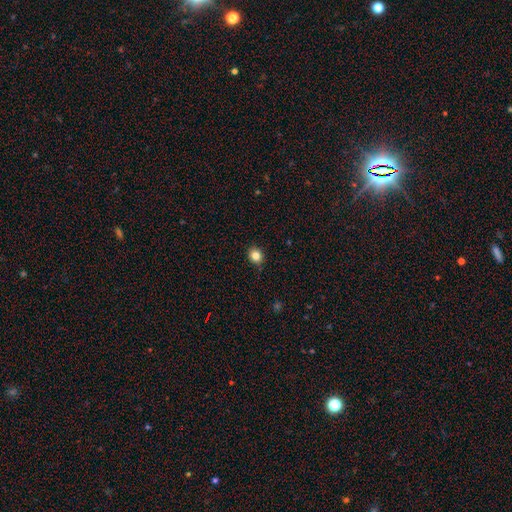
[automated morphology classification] Overall: smooth (84%). How rounded: round (71%). Merging: none (89%).